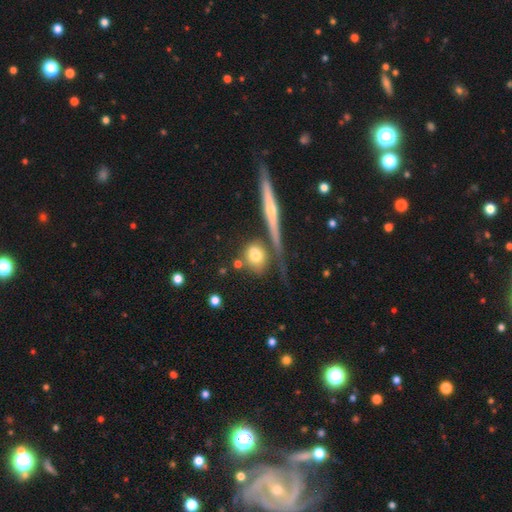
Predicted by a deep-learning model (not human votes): smooth 67%, featured or disk 23%, star or artifact 10%. Down the decision tree: how rounded — round (68%); merging — none (60%).